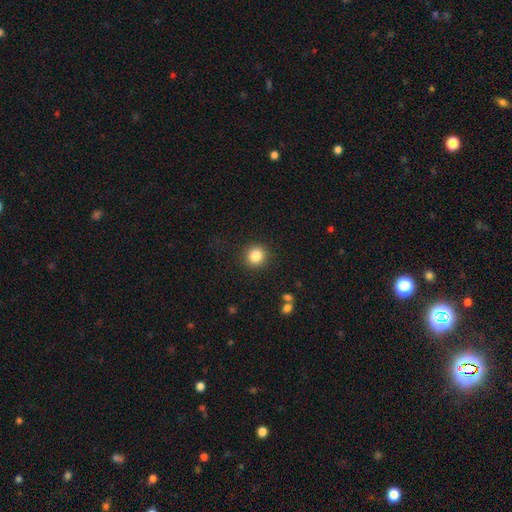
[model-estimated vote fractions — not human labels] This appears to be a smooth galaxy with no disk features (84%) that is round (92%). Merging: none (91%).